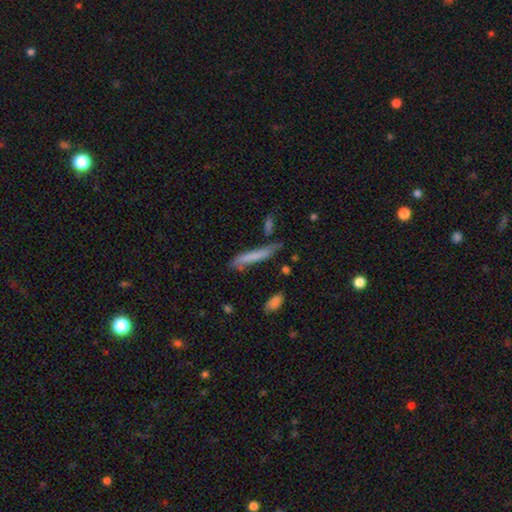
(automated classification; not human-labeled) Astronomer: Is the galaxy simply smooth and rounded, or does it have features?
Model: smooth — 70%.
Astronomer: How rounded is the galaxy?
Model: cigar-shaped — 91%.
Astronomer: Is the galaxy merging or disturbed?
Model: none — 60%.